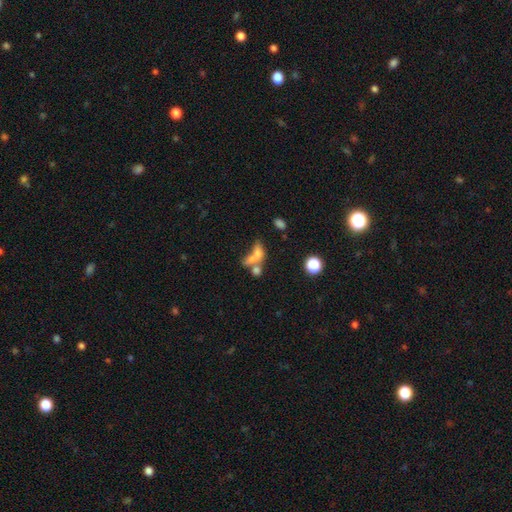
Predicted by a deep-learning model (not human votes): Smooth or featured? Predicted: smooth (p=0.58). How rounded? Predicted: in between (p=0.65). Merging? Predicted: merger (p=0.59).